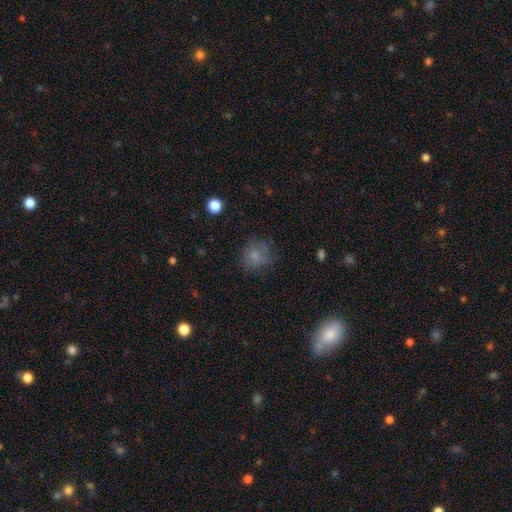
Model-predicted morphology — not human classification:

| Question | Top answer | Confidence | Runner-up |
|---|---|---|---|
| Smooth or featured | smooth | 76% | star or artifact (13%) |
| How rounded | round | 79% | in between (20%) |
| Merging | none | 69% | minor disturbance (20%) |